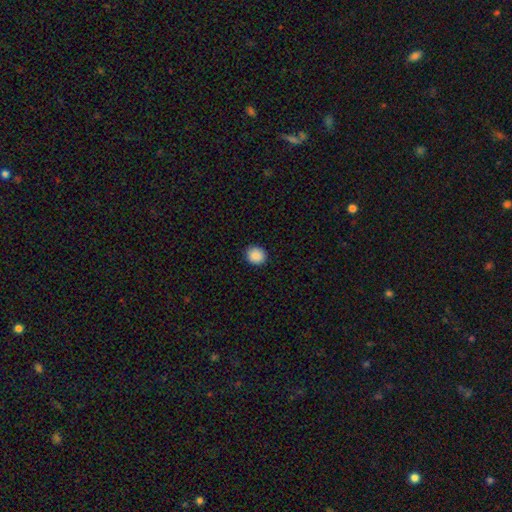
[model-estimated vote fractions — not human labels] Smooth or featured? Predicted: smooth (p=0.89). How rounded? Predicted: round (p=0.80). Merging? Predicted: none (p=0.90).